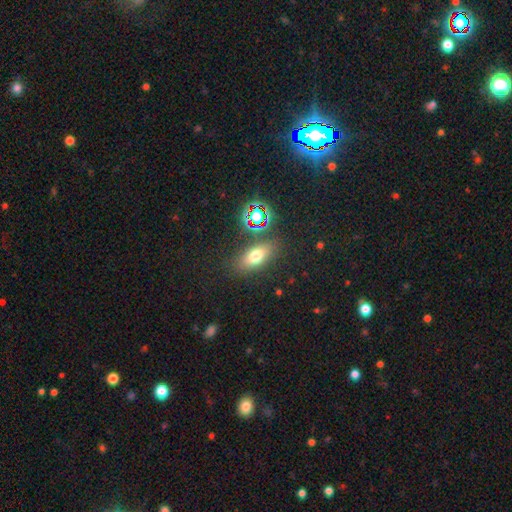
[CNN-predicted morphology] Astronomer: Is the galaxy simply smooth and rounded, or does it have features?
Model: smooth — 64%.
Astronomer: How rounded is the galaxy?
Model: in between — 71%.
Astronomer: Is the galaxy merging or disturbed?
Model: none — 81%.